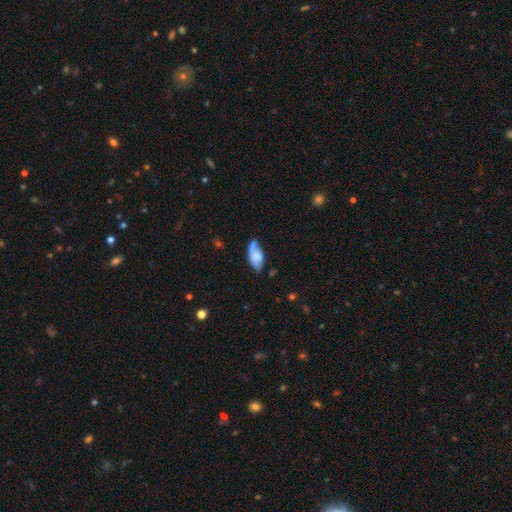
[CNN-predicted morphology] Smooth or featured: smooth — 64% (featured or disk — 28%)
How rounded: in between — 89% (cigar-shaped — 8%)
Merging: none — 41% (minor disturbance — 34%)